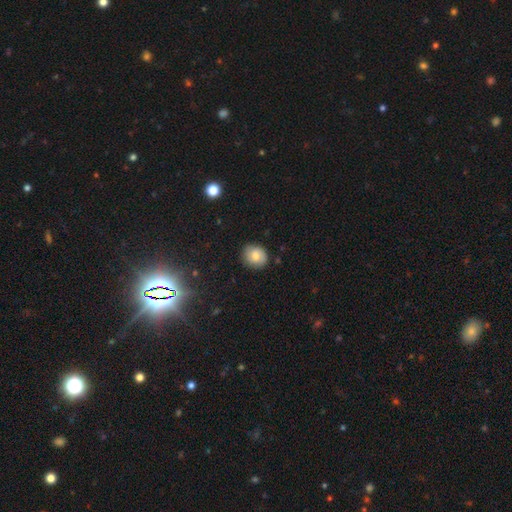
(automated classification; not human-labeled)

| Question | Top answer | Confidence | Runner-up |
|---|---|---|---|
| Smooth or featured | smooth | 74% | featured or disk (17%) |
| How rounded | round | 78% | in between (21%) |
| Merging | none | 84% | minor disturbance (12%) |